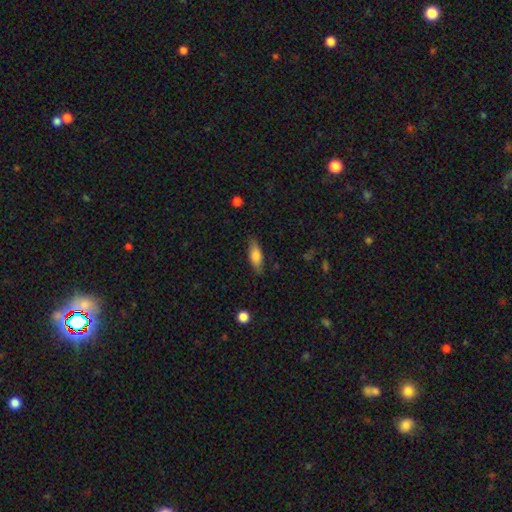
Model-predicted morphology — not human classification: Smooth or featured: smooth — 79% (featured or disk — 15%)
How rounded: in between — 69% (cigar-shaped — 28%)
Merging: none — 82% (minor disturbance — 13%)